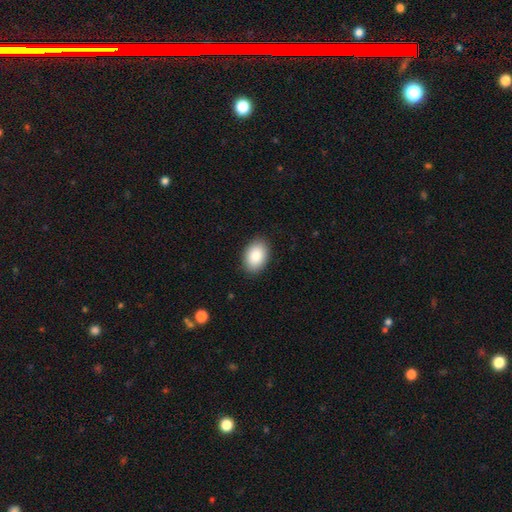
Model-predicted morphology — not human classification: Smooth or featured? smooth (86%)
How rounded? in between (85%)
Merging? none (89%)